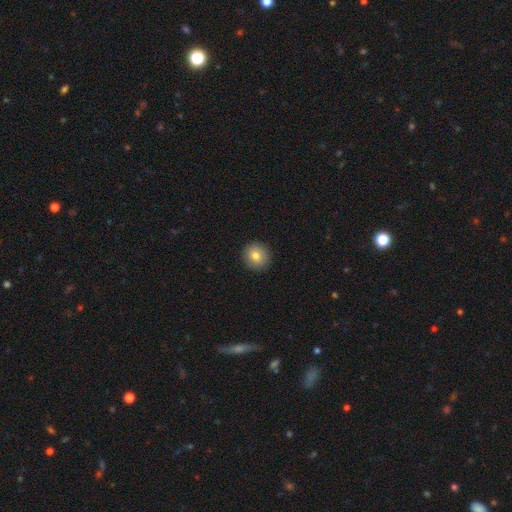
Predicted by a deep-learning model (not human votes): Smooth or featured? Predicted: smooth (p=0.80). How rounded? Predicted: round (p=0.92). Merging? Predicted: none (p=0.92).